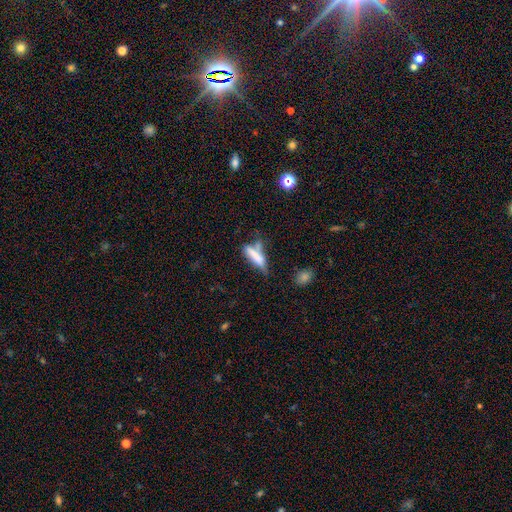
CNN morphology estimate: smooth_or_featured: smooth (p=0.65) [alt: featured or disk p=0.26]
how_rounded: cigar-shaped (p=0.72) [alt: in between p=0.26]
merging: none (p=0.38) [alt: merger p=0.24]